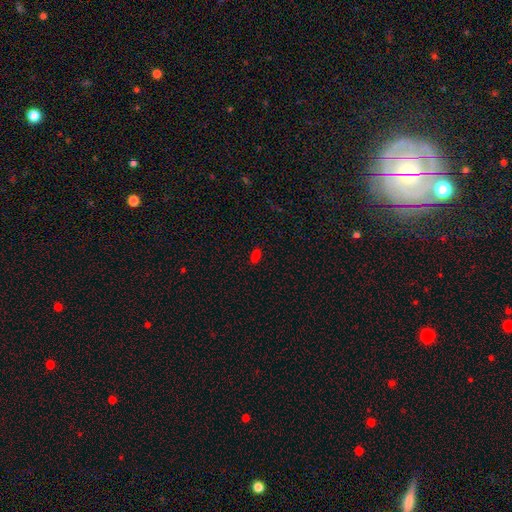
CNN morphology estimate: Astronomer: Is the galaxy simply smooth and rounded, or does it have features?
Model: smooth — 78%.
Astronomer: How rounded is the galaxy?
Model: in between — 89%.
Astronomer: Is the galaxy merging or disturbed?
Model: none — 88%.